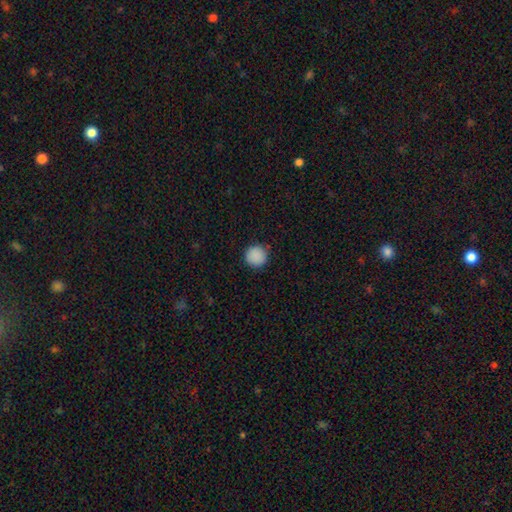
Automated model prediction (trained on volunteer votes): Smooth or featured: smooth — 89% (star or artifact — 8%)
How rounded: round — 96% (in between — 3%)
Merging: none — 91% (minor disturbance — 6%)